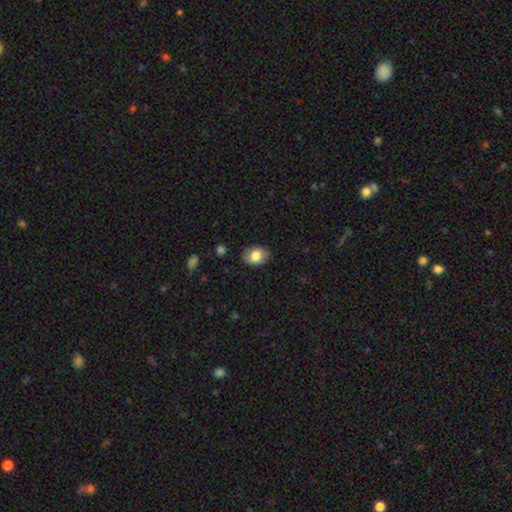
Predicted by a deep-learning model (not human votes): Smooth or featured? Predicted: smooth (p=0.81). How rounded? Predicted: in between (p=0.76). Merging? Predicted: none (p=0.85).